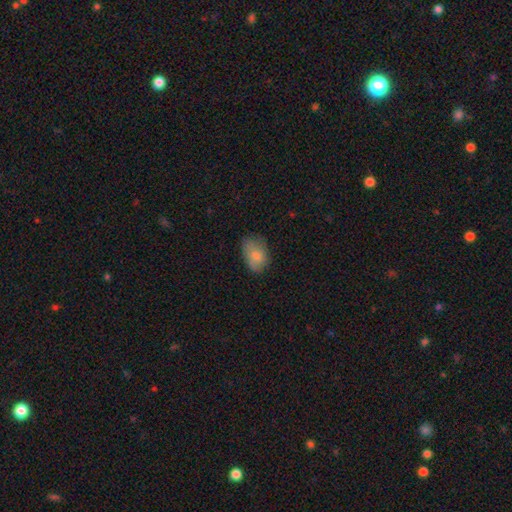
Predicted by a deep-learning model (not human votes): The model was most divided on "merging": none: 63%, minor disturbance: 28%, major disturbance: 8%, merger: 1%. More confident: how rounded — in between (83%); smooth or featured — smooth (80%).